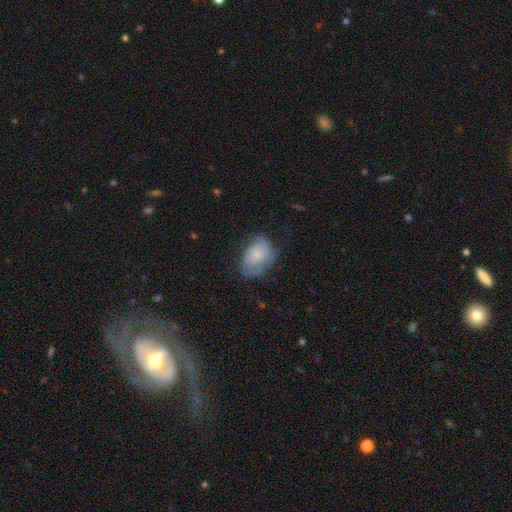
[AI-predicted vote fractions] Overall: smooth (56%; featured or disk 37%). How rounded: in between (79%). Merging: none (50%; minor disturbance 32%).